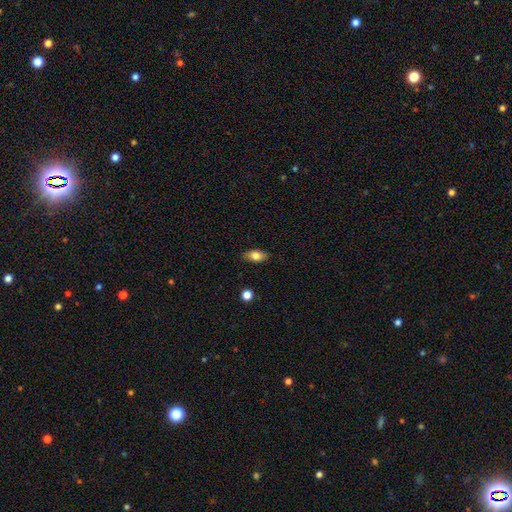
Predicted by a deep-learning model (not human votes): Smooth or featured: smooth — 81% (featured or disk — 11%)
How rounded: in between — 88% (round — 7%)
Merging: none — 86% (minor disturbance — 11%)